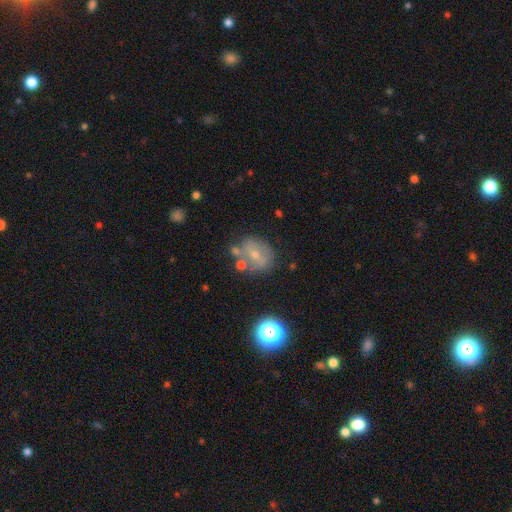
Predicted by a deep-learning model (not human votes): Smooth or featured? smooth (52%)
How rounded? round (63%)
Merging? none (59%)